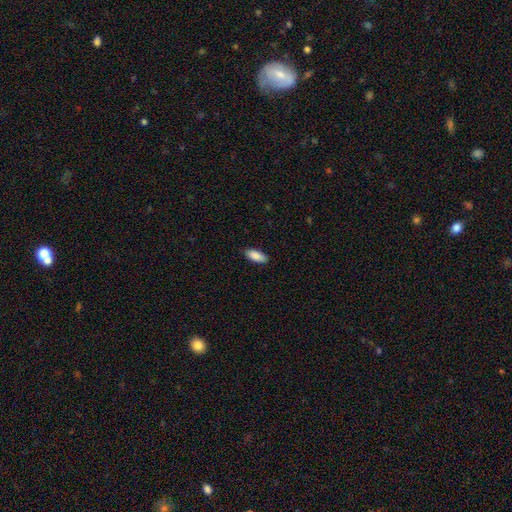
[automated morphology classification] Smooth or featured? smooth (89%)
How rounded? in between (82%)
Merging? none (87%)